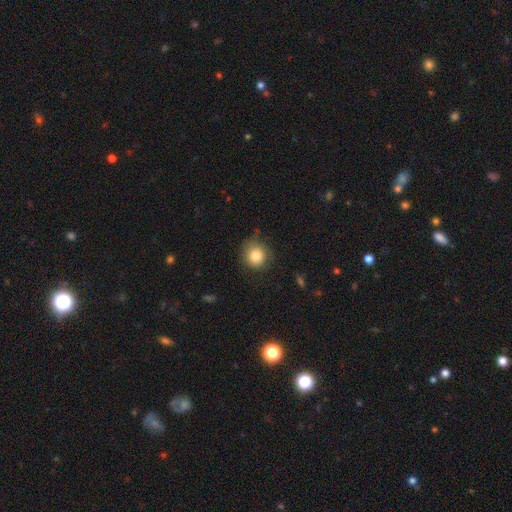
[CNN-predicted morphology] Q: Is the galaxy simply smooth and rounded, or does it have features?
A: smooth — 83%.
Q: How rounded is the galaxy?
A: round — 87%.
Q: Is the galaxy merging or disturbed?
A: none — 75%.